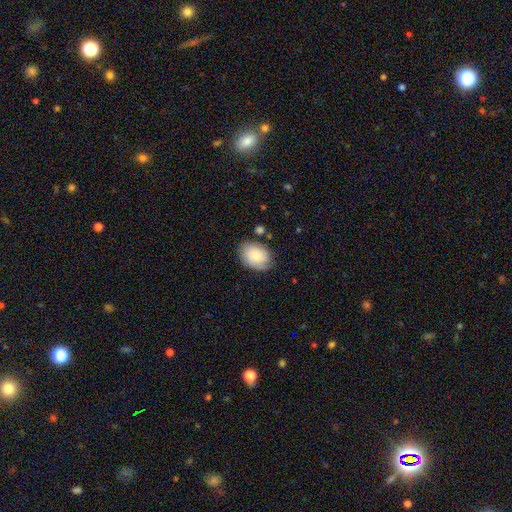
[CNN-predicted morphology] The model was most divided on "smooth or featured": smooth: 73%, featured or disk: 20%, star or artifact: 7%. More confident: how rounded — in between (78%); merging — none (75%).